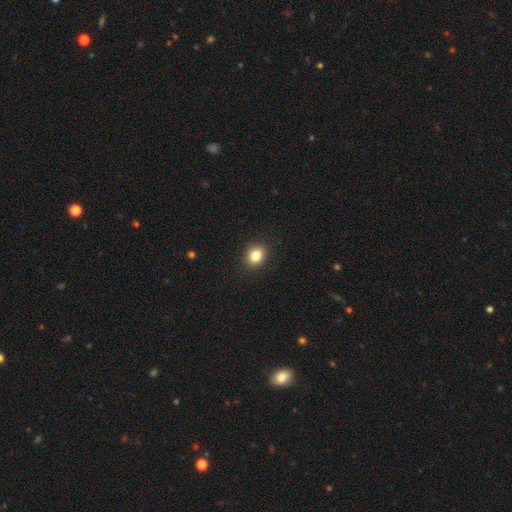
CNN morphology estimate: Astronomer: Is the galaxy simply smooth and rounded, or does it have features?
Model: smooth — 84%.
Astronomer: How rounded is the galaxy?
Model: round — 56% (runner-up: in between, 43%).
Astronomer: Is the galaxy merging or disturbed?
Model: none — 90%.